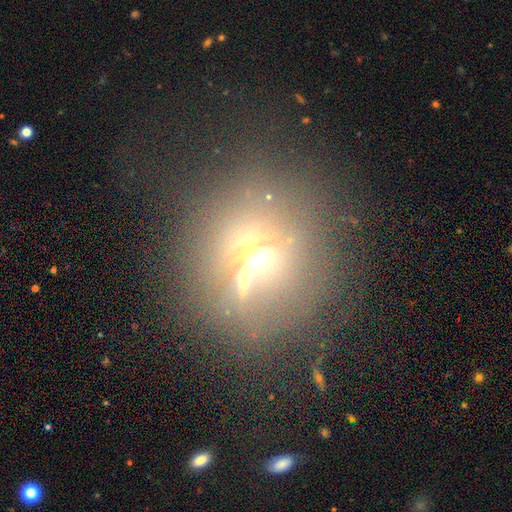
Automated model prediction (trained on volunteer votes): A smooth galaxy with no disk features (39%).

Vote fractions:
- Smooth or featured? smooth: 39% / featured or disk: 31% / star or artifact: 30%
- Merging? none: 59% / merger: 18% / minor disturbance: 13% / major disturbance: 10%